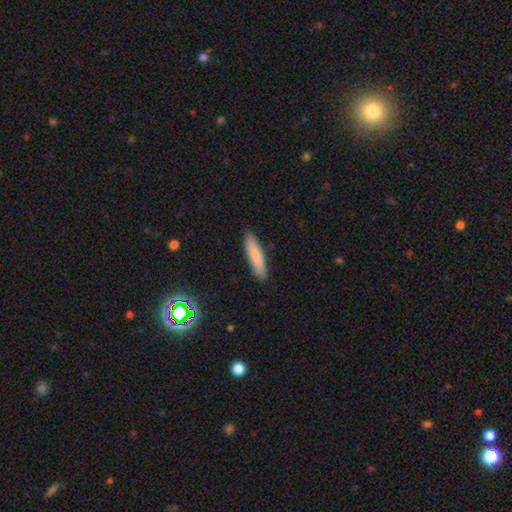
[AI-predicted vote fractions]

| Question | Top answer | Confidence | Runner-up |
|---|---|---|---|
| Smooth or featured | smooth | 80% | featured or disk (13%) |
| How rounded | cigar-shaped | 84% | in between (15%) |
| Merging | none | 89% | minor disturbance (8%) |